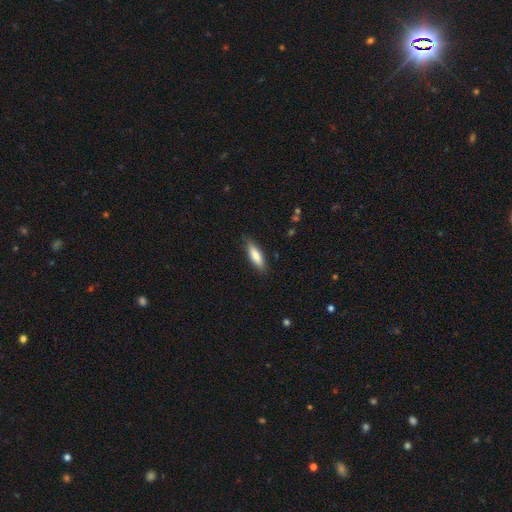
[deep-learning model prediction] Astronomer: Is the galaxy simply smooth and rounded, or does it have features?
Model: smooth — 79%.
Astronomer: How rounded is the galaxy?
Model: cigar-shaped — 53% (runner-up: in between, 45%).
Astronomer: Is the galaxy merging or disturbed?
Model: none — 83%.